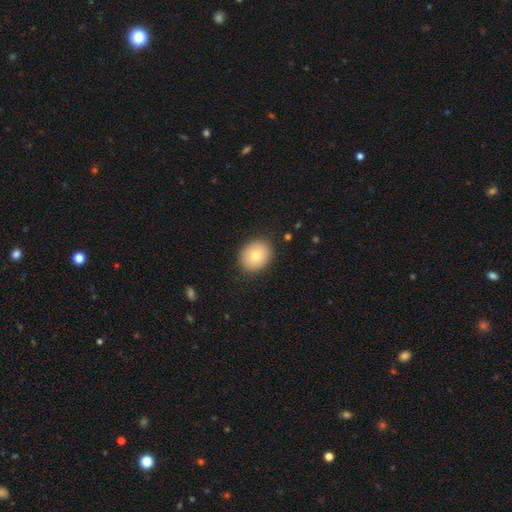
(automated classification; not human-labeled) A smooth galaxy with no disk features (79%) that is round (57%). Merging: none (87%).